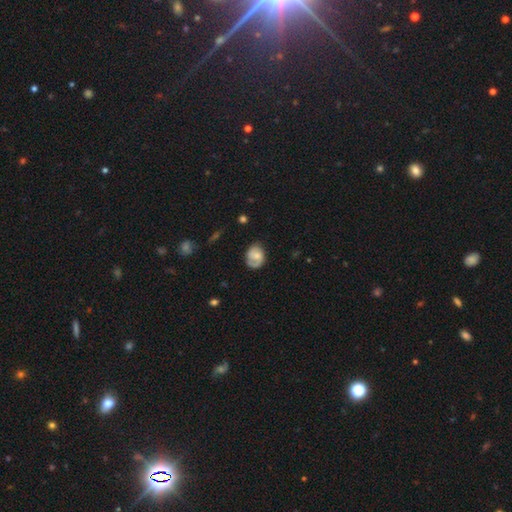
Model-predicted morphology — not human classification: Smooth or featured: smooth — 50% (featured or disk — 42%)
How rounded: in between — 59% (round — 40%)
Merging: none — 55% (minor disturbance — 29%)